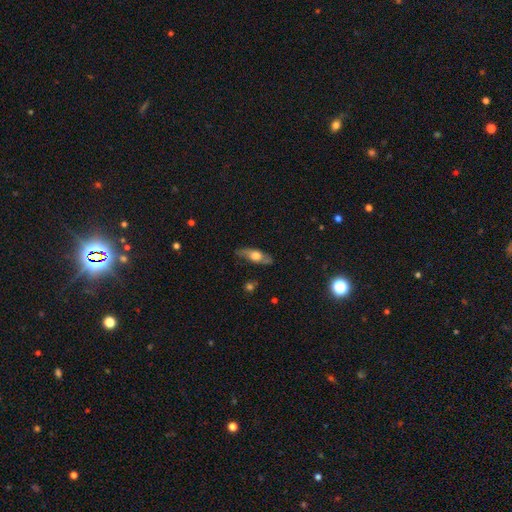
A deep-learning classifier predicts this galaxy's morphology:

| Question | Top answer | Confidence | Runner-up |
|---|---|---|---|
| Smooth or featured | featured or disk | 49% | smooth (45%) |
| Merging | none | 77% | minor disturbance (17%) |